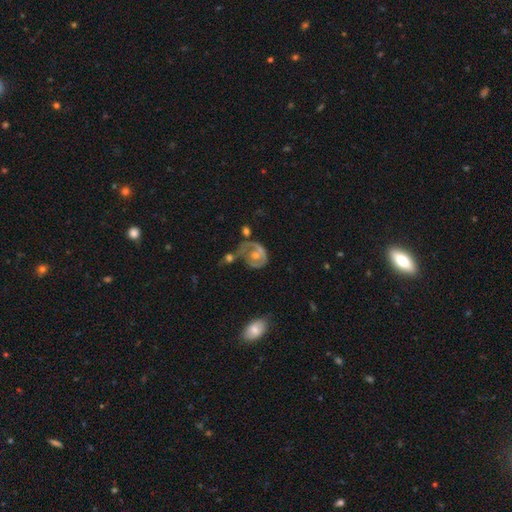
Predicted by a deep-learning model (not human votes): A featured or disk galaxy (68%) with no bar (76%), spiral arms (67%) and a moderate central bulge (52%).

Vote fractions:
- Smooth or featured? featured or disk: 68% / smooth: 22% / star or artifact: 9%
- Edge-on disk? no: 97% / yes: 3%
- Bar? no: 76% / weak: 19% / strong: 4%
- Spiral arms? yes: 67% / no: 33%
- Bulge size? moderate: 52% / small: 41% / none: 3% / large: 3% / dominant: 1%
- Merging? none: 34% / major disturbance: 28% / minor disturbance: 19% / merger: 18%